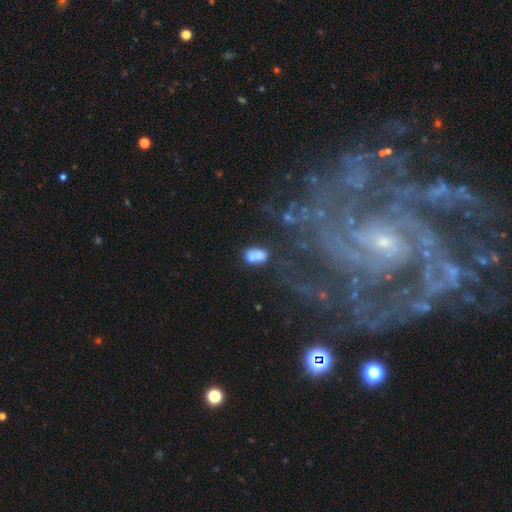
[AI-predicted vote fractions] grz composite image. It shows a smooth galaxy with no disk features (68%) that is in between round and cigar-shaped (69%). Merging: merger (49%).